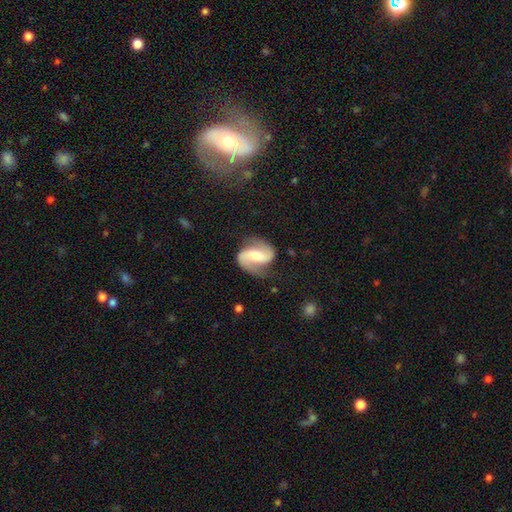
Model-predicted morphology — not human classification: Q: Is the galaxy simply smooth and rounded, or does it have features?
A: featured or disk — 87%.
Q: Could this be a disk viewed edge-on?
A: no — 98%.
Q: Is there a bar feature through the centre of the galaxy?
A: weak — 38%.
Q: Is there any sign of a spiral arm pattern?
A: yes — 97%.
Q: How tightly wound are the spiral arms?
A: medium — 48%.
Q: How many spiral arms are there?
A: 2 — 93%.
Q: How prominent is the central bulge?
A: moderate — 39%.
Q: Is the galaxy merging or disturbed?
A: none — 74%.